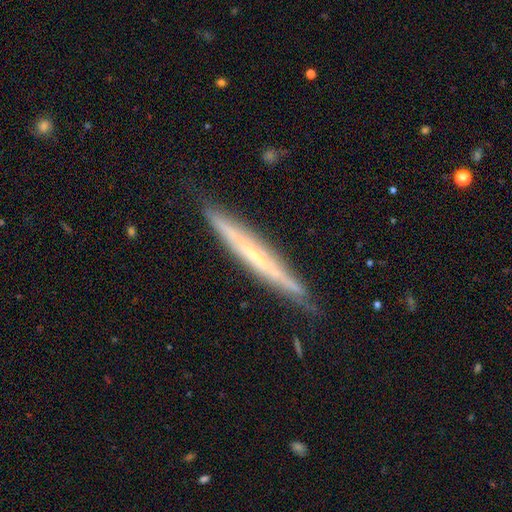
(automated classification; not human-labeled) The model was most divided on "smooth or featured": featured or disk: 64%, smooth: 30%, star or artifact: 7%. More confident: edge-on disk — yes (93%); merging — none (83%); edge-on bulge — none (64%).